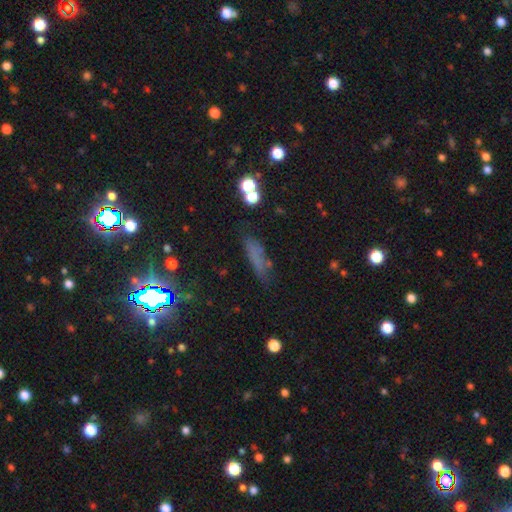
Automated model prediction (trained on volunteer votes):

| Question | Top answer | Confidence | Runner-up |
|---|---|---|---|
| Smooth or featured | smooth | 60% | star or artifact (24%) |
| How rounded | cigar-shaped | 66% | in between (29%) |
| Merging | none | 70% | minor disturbance (18%) |